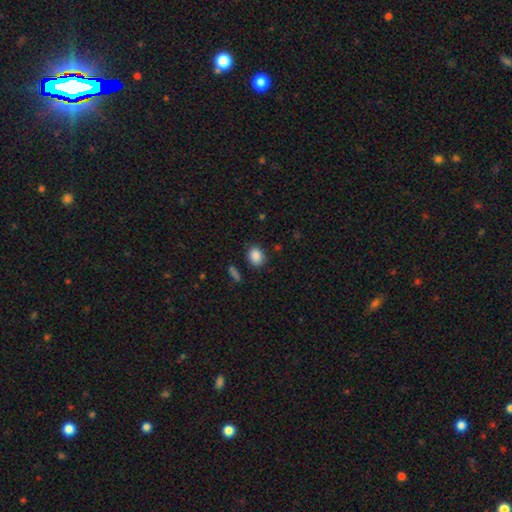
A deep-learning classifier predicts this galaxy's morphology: Smooth or featured? Predicted: smooth (p=0.88). How rounded? Predicted: in between (p=0.50). Merging? Predicted: none (p=0.81).